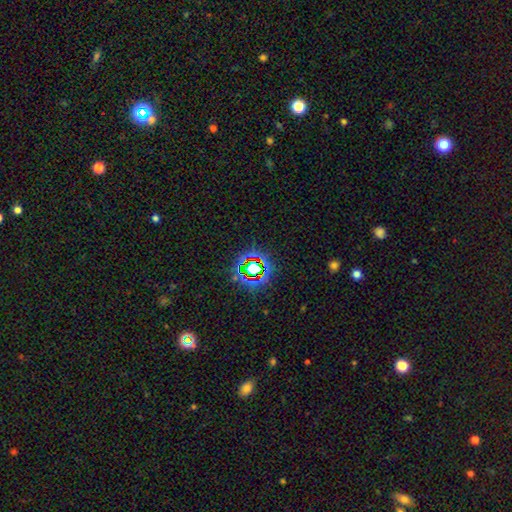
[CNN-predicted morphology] The model was most divided on "smooth or featured": star or artifact: 67%, smooth: 17%, featured or disk: 15%.